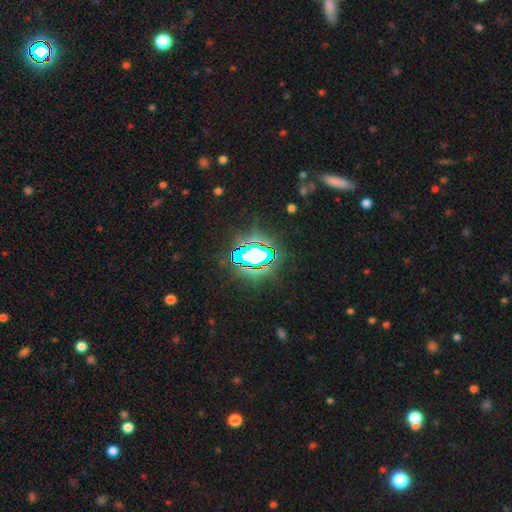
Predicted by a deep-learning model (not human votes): Smooth or featured: star or artifact — 68% (smooth — 18%)